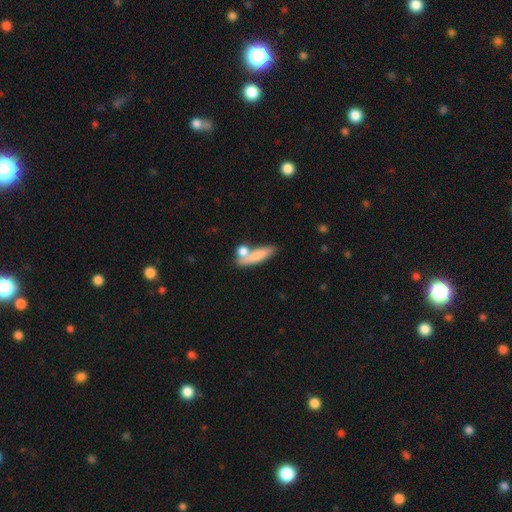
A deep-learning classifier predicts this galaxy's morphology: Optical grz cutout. It shows a smooth galaxy with no disk features (73%) that is cigar-shaped (53%). Merging: none (50%).